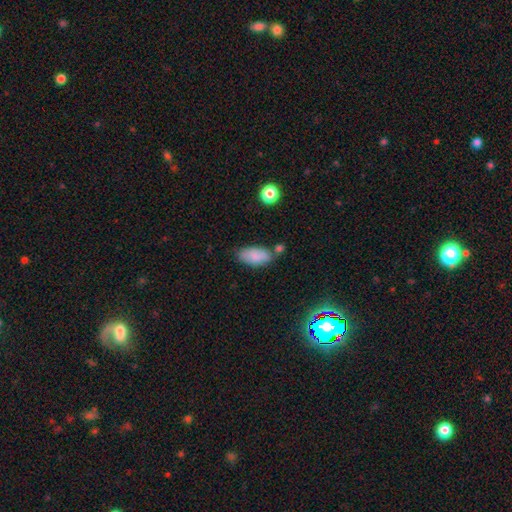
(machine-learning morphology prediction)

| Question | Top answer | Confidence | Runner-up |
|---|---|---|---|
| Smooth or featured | smooth | 85% | featured or disk (8%) |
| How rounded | in between | 90% | cigar-shaped (8%) |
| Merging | none | 62% | minor disturbance (21%) |